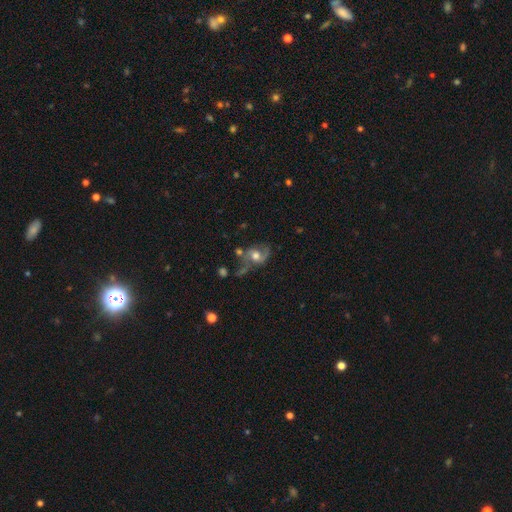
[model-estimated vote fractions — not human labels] smooth-or-featured: featured or disk: 56% | smooth: 34% | star or artifact: 10%
  disk-edge-on: no: 96% | yes: 4%
    bar: no: 67% | weak: 27% | strong: 7%
    has-spiral-arms: yes: 74% | no: 26%
    bulge-size: moderate: 59% | large: 28% | small: 8% | dominant: 3% | none: 2%
  merging: none: 41% | minor disturbance: 23% | major disturbance: 22% | merger: 14%